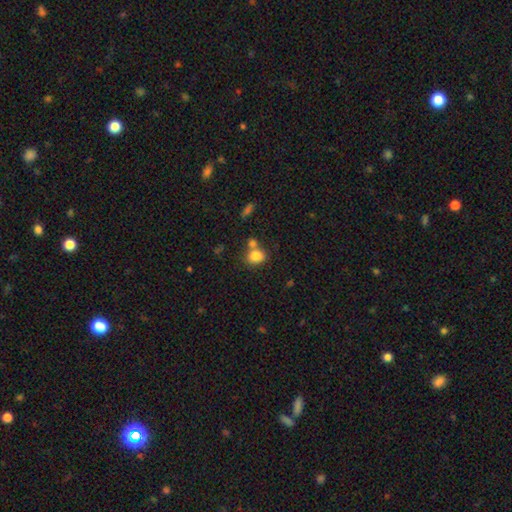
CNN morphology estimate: Smooth or featured?
  - smooth: 83% *
  - star or artifact: 10%
  - featured or disk: 7%
How rounded?
  - in between: 52% *
  - round: 47%
  - cigar-shaped: 1%
Merging?
  - none: 55% *
  - merger: 28%
  - minor disturbance: 12%
  - major disturbance: 4%